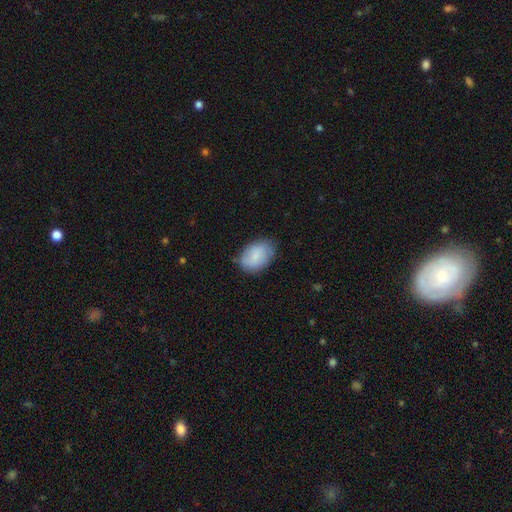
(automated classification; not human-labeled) smooth-or-featured: smooth: 74% | featured or disk: 19% | star or artifact: 7%
  how-rounded: in between: 84% | round: 15% | cigar-shaped: 1%
  merging: none: 70% | minor disturbance: 24% | major disturbance: 5% | merger: 2%